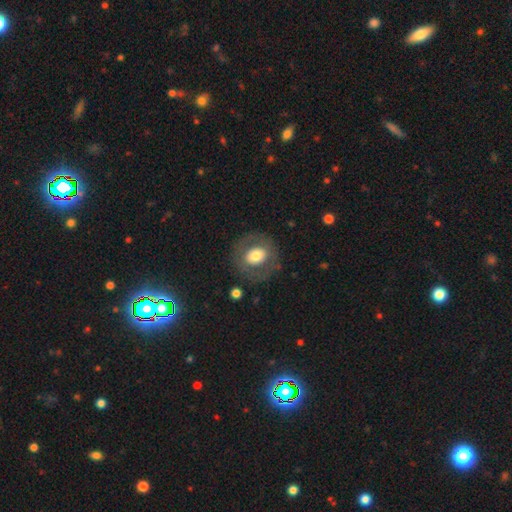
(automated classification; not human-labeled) Smooth or featured? Predicted: smooth (p=0.60). How rounded? Predicted: round (p=0.77). Merging? Predicted: none (p=0.80).